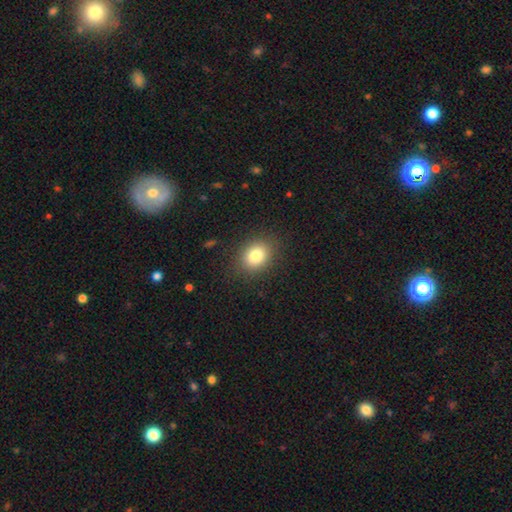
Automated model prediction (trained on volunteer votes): Overall: smooth (82%). How rounded: in between (52%; round 47%). Merging: none (86%).